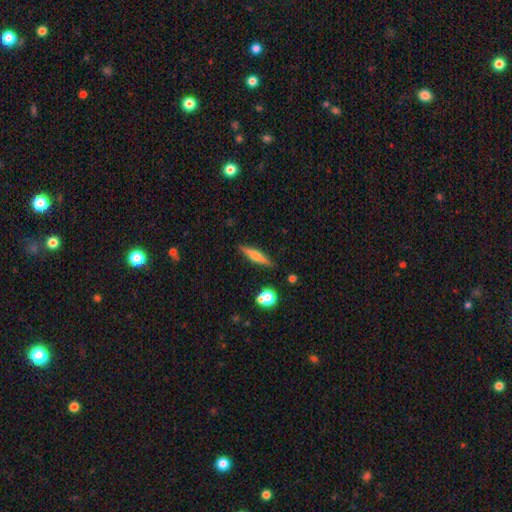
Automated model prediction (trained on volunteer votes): A smooth galaxy with no disk features (57%) that is cigar-shaped (85%). Merging: none (86%).